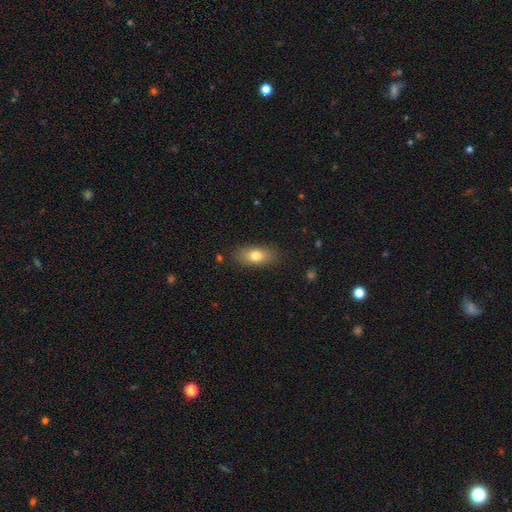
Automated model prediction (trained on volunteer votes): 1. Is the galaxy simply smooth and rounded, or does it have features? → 76% smooth, 16% featured or disk, 8% star or artifact.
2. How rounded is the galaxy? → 82% in between, 12% cigar-shaped, 6% round.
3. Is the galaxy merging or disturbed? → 85% none, 11% minor disturbance, 3% major disturbance, 1% merger.